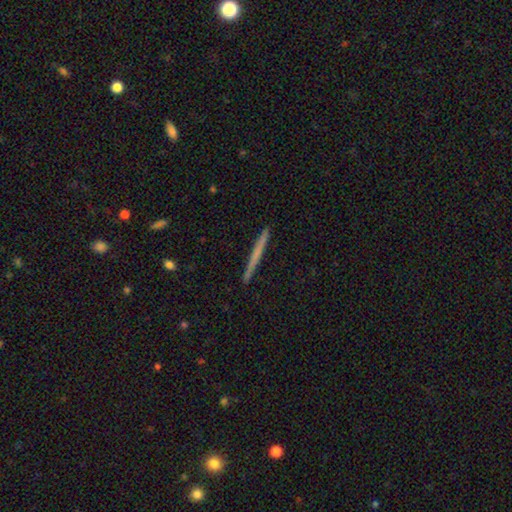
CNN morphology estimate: Smooth or featured?
  - smooth: 52% *
  - featured or disk: 43%
  - star or artifact: 6%
How rounded?
  - cigar-shaped: 97% *
  - in between: 2%
  - round: 2%
Merging?
  - none: 92% *
  - minor disturbance: 6%
  - major disturbance: 1%
  - merger: 1%